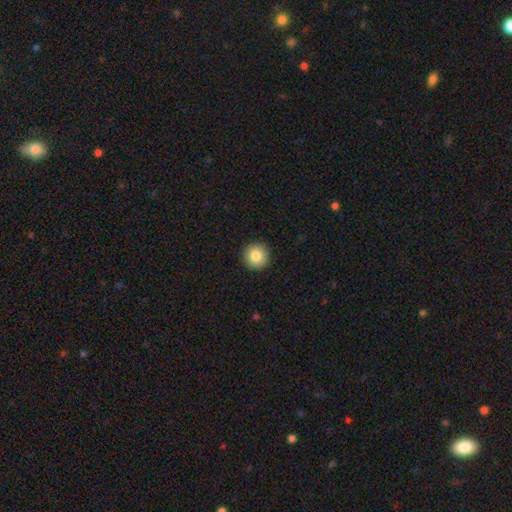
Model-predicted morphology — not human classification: A smooth galaxy with no disk features (83%) that is round (95%). Merging: none (93%).